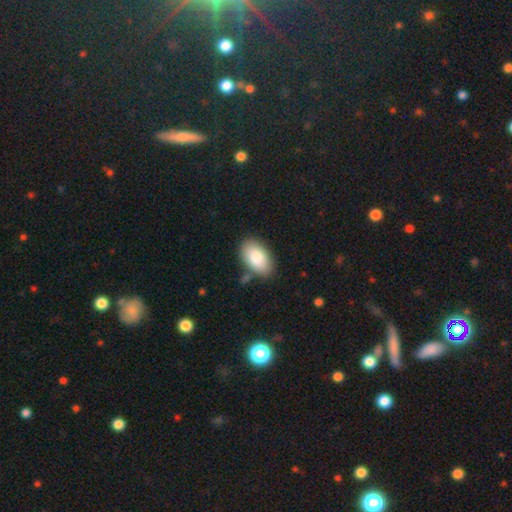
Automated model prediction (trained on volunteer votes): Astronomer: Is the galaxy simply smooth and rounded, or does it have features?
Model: smooth — 85%.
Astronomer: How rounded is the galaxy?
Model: in between — 94%.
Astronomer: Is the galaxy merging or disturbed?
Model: none — 78%.